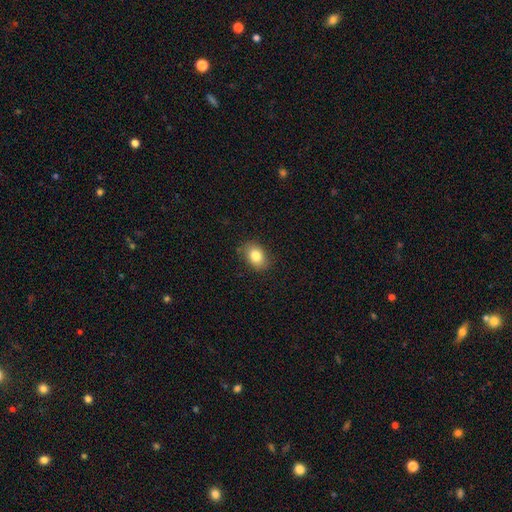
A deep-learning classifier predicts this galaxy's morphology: smooth_or_featured: smooth (p=0.82) [alt: featured or disk p=0.09]
how_rounded: in between (p=0.74) [alt: round p=0.25]
merging: none (p=0.82) [alt: minor disturbance p=0.14]